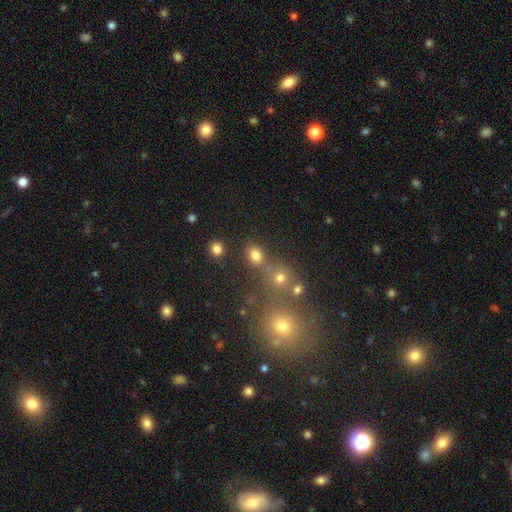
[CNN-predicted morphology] A smooth galaxy with no disk features (78%) that is round (51%). Merging: none (72%).